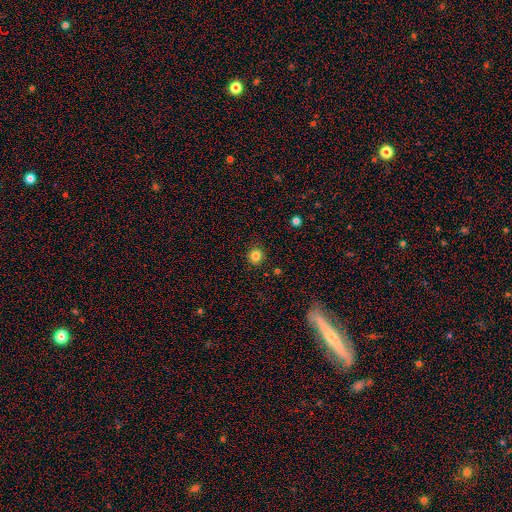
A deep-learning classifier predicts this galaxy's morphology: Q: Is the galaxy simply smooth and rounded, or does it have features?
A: smooth — 83%.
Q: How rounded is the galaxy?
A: round — 86%.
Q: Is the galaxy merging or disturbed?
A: none — 90%.